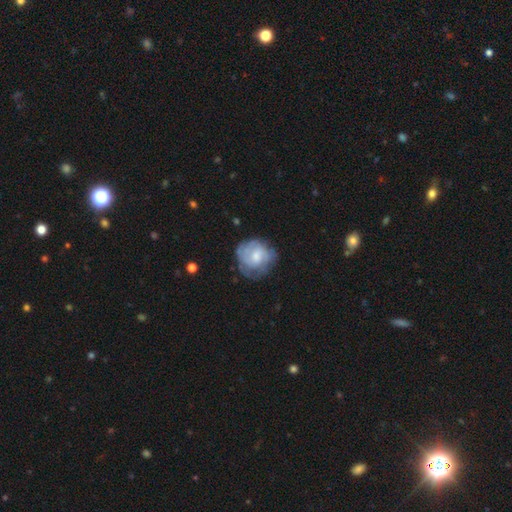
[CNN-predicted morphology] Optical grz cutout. It shows a featured or disk galaxy (57%) with no bar (64%), spiral arms (74%) and a moderate central bulge (44%). Merging: none (63%).